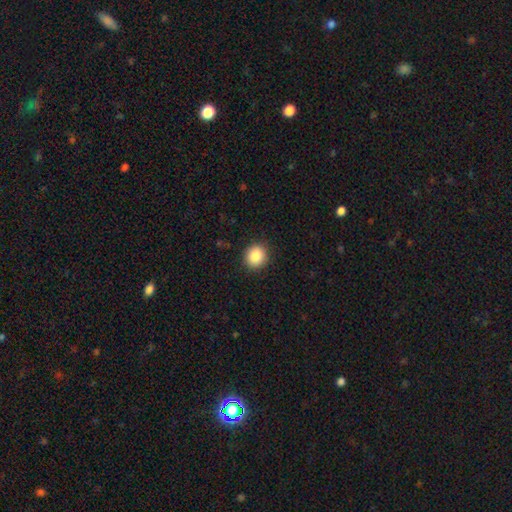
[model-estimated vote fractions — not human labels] This appears to be a smooth galaxy with no disk features (88%) that is round (84%). Merging: none (90%).